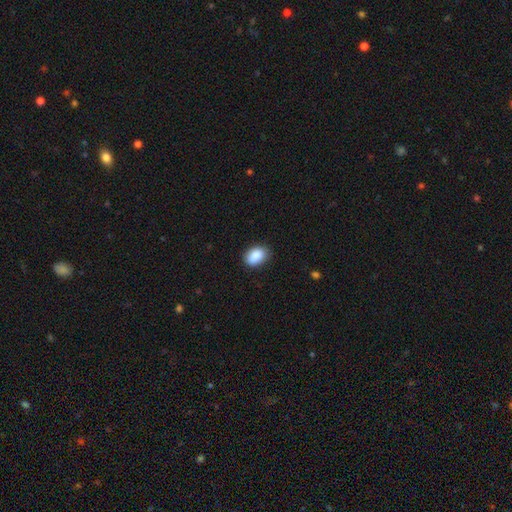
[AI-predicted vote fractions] Smooth or featured? smooth (87%)
How rounded? in between (81%)
Merging? none (80%)